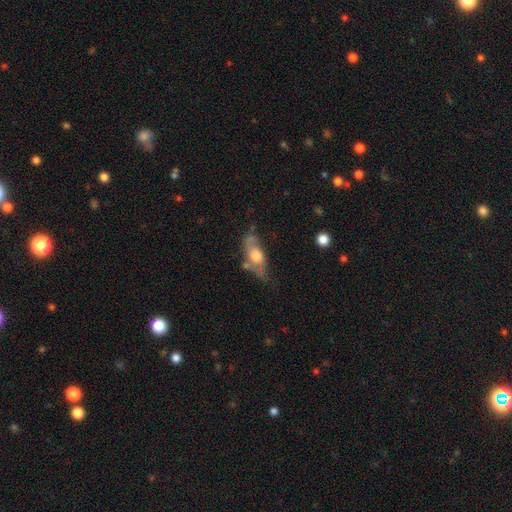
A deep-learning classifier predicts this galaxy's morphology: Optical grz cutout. It shows a featured or disk galaxy (53%). Merging: none (46%).